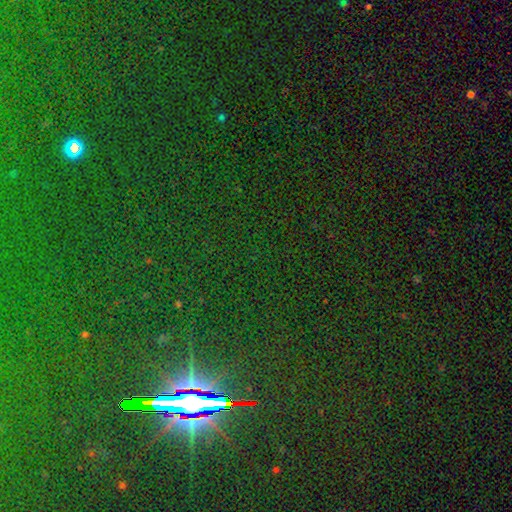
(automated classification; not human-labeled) This appears to be a star or artifact, not a galaxy (81%).